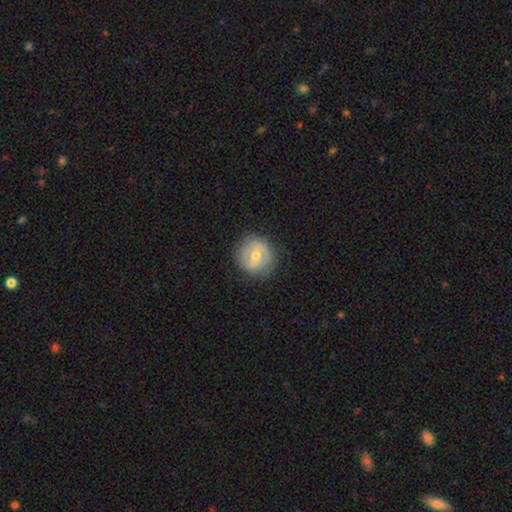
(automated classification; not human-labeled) This appears to be a featured or disk galaxy (54%) with a weak bar (50%), no spiral arms (56%) and a moderate central bulge (72%). Merging: none (83%).